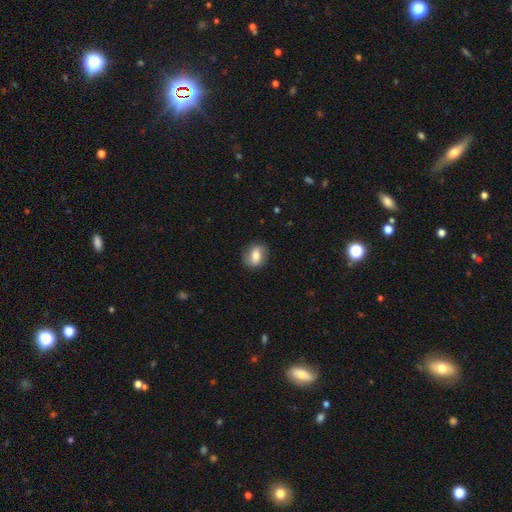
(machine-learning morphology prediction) A smooth galaxy with no disk features (57%) that is in between round and cigar-shaped (52%).

Vote fractions:
- Smooth or featured? smooth: 57% / featured or disk: 35% / star or artifact: 8%
- How rounded? in between: 52% / round: 46% / cigar-shaped: 2%
- Merging? none: 82% / minor disturbance: 13% / major disturbance: 4% / merger: 1%